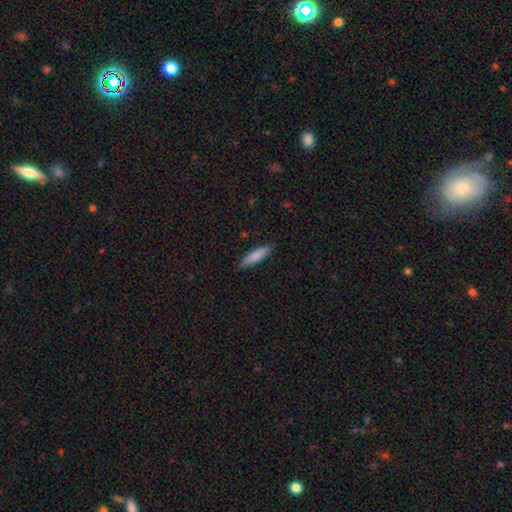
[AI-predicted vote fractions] smooth-or-featured: smooth: 82% | featured or disk: 13% | star or artifact: 6%
  how-rounded: cigar-shaped: 76% | in between: 23% | round: 1%
  merging: none: 87% | minor disturbance: 11% | major disturbance: 2% | merger: 1%